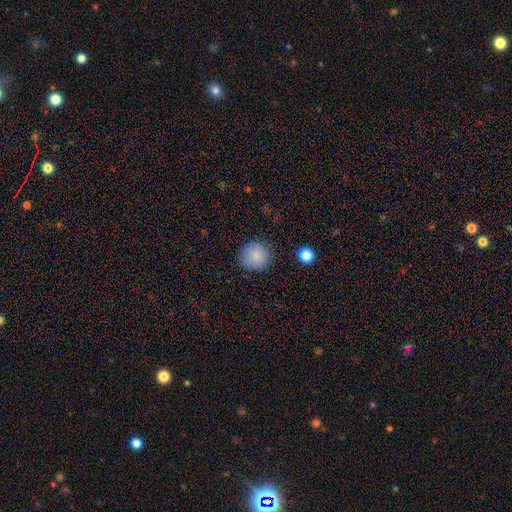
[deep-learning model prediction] The model was most divided on "merging": none: 86%, minor disturbance: 10%, major disturbance: 3%, merger: 2%. More confident: how rounded — round (93%); smooth or featured — smooth (86%).